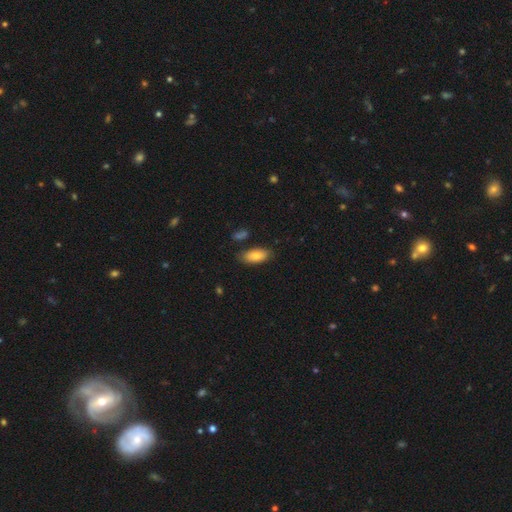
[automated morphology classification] type=smooth (79%); roundness=in between (88%); merging=none (79%).